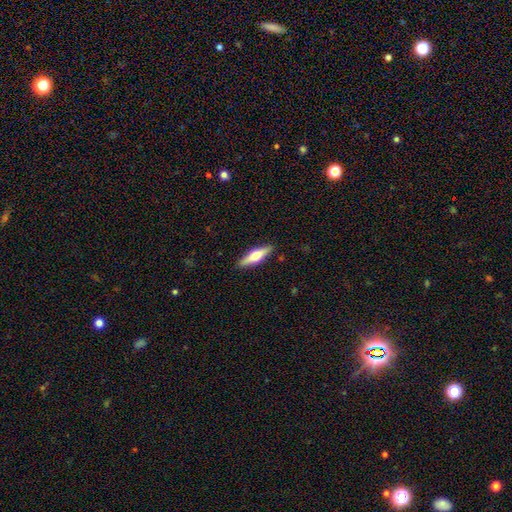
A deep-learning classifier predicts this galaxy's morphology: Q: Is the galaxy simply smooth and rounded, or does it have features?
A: featured or disk — 52%.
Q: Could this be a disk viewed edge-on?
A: yes — 94%.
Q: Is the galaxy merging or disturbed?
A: none — 90%.